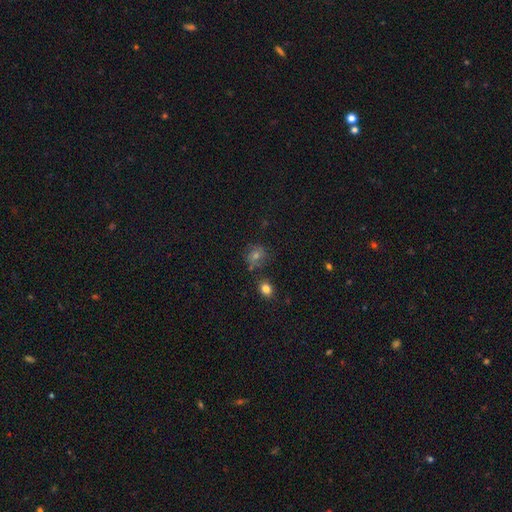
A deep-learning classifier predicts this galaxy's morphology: Smooth or featured? Predicted: smooth (p=0.47). Merging? Predicted: none (p=0.71).